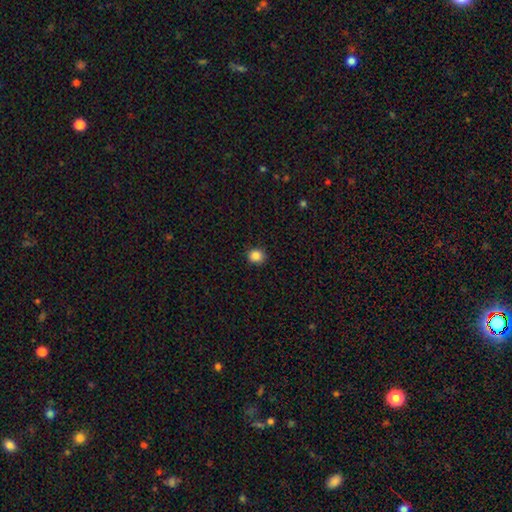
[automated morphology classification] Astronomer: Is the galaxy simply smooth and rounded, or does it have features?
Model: smooth — 86%.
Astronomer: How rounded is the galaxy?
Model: round — 81%.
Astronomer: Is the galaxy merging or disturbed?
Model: none — 91%.